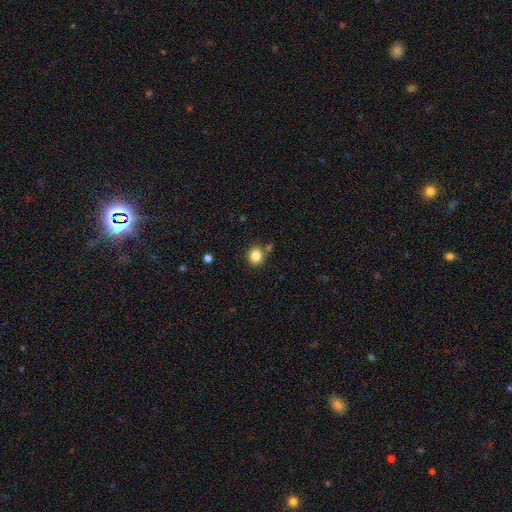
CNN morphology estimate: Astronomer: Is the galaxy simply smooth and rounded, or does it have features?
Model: smooth — 84%.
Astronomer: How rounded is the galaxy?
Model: round — 82%.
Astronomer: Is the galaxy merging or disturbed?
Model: none — 79%.